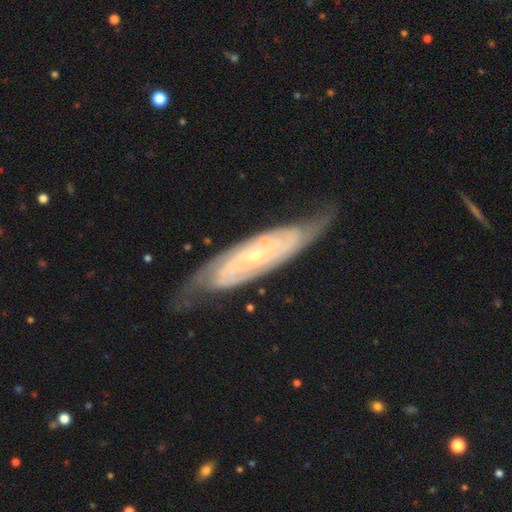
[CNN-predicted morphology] This appears to be a featured or disk galaxy (83%) with no bar (67%), 2 (45%) tight (65%) spiral arms (93%) and a small central bulge (83%). Merging: none (69%).